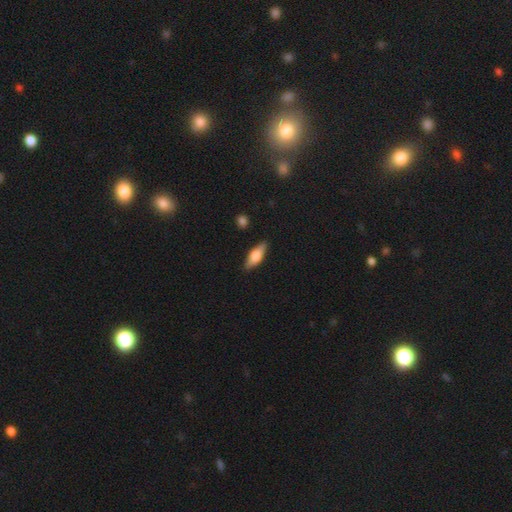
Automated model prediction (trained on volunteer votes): A smooth galaxy with no disk features (63%) that is in between round and cigar-shaped (65%).

Vote fractions:
- Smooth or featured? smooth: 63% / featured or disk: 31% / star or artifact: 6%
- How rounded? in between: 65% / cigar-shaped: 32% / round: 3%
- Merging? none: 85% / minor disturbance: 11% / major disturbance: 2% / merger: 1%